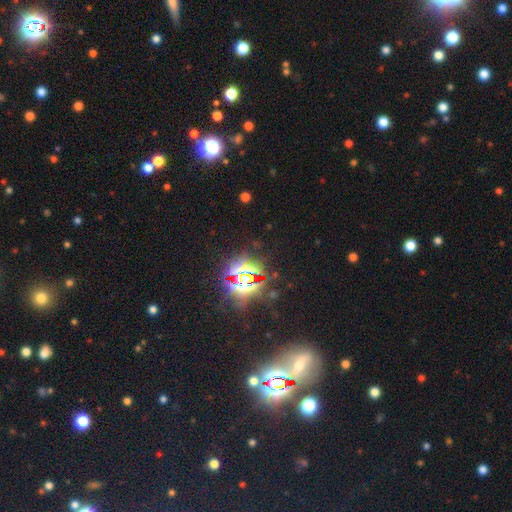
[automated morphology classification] A star or artifact, not a galaxy (80%).

Vote fractions:
- Smooth or featured? star or artifact: 80% / smooth: 11% / featured or disk: 8%